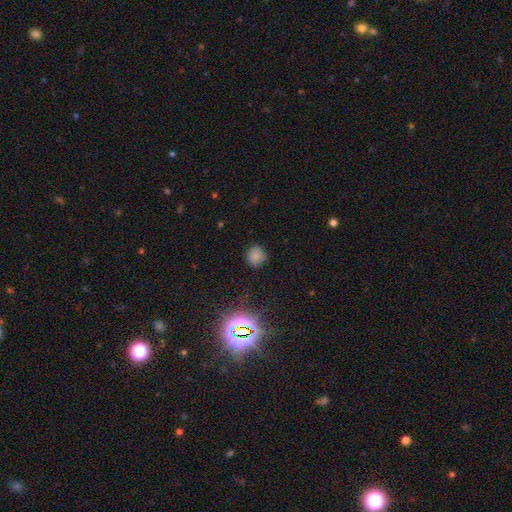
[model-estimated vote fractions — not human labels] This appears to be a smooth galaxy with no disk features (77%) that is round (89%). Merging: none (86%).